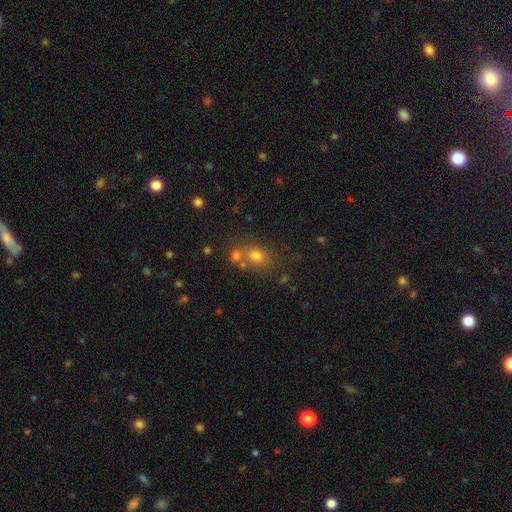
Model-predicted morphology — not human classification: type=smooth (71%); roundness=round (62%); merging=none (55%).